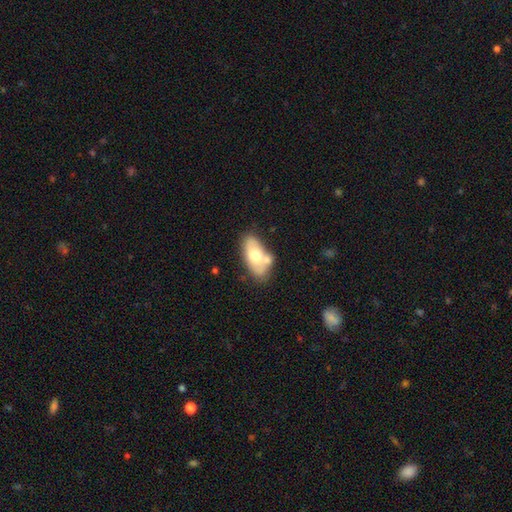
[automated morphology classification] Smooth or featured?
  - smooth: 59% *
  - featured or disk: 35%
  - star or artifact: 6%
How rounded?
  - in between: 91% *
  - round: 5%
  - cigar-shaped: 4%
Merging?
  - none: 49% *
  - merger: 27%
  - minor disturbance: 18%
  - major disturbance: 6%